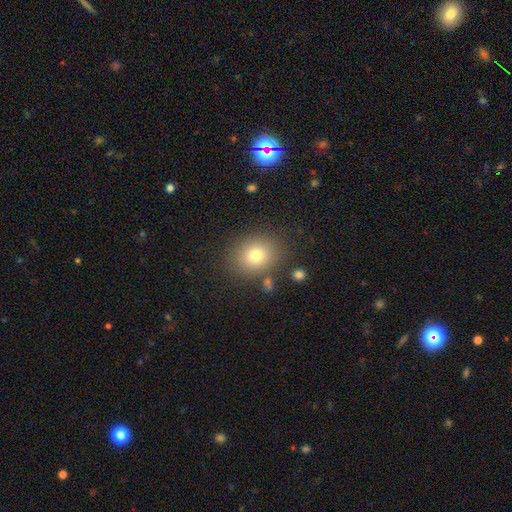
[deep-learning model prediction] smooth 77%, star or artifact 13%, featured or disk 10%. Down the decision tree: how rounded — round (60%); merging — none (82%).